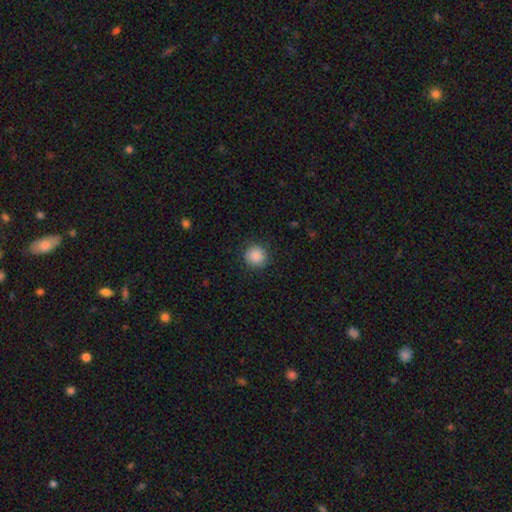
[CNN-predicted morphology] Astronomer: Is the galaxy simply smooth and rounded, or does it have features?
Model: smooth — 88%.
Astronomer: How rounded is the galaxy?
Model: round — 91%.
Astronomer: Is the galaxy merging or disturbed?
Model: none — 89%.